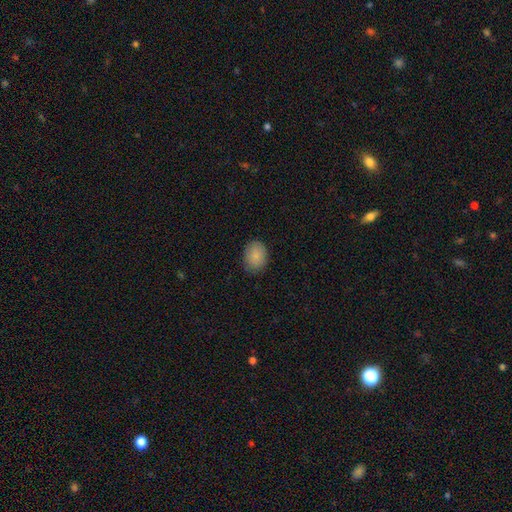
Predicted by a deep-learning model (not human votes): Smooth or featured: smooth — 86% (star or artifact — 7%)
How rounded: in between — 61% (round — 38%)
Merging: none — 83% (minor disturbance — 13%)